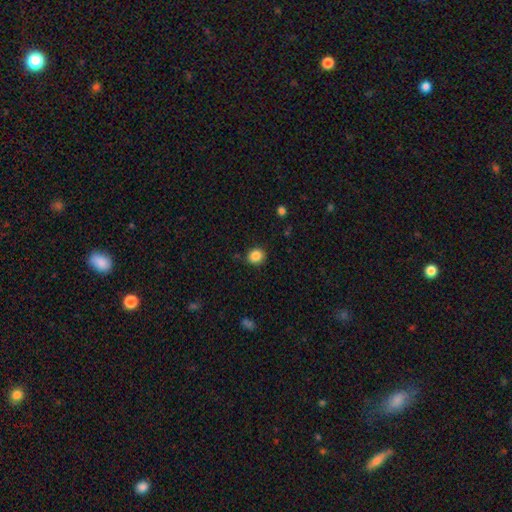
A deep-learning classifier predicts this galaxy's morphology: Smooth or featured?
  - smooth: 86% *
  - star or artifact: 10%
  - featured or disk: 4%
How rounded?
  - round: 78% *
  - in between: 21%
  - cigar-shaped: 1%
Merging?
  - none: 87% *
  - minor disturbance: 9%
  - major disturbance: 3%
  - merger: 2%